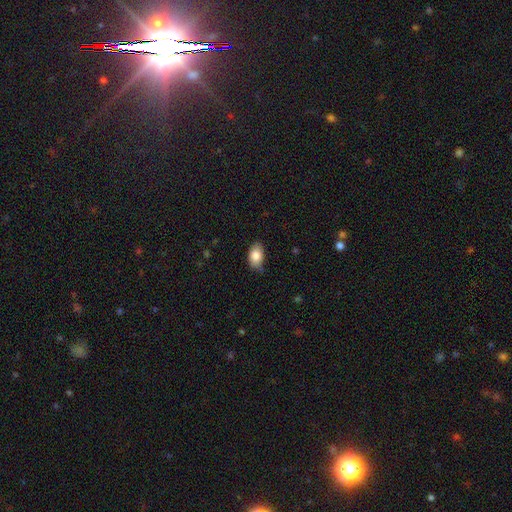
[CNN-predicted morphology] Smooth or featured?
  - smooth: 84% *
  - featured or disk: 9%
  - star or artifact: 7%
How rounded?
  - in between: 89% *
  - round: 9%
  - cigar-shaped: 2%
Merging?
  - none: 73% *
  - minor disturbance: 22%
  - major disturbance: 3%
  - merger: 1%